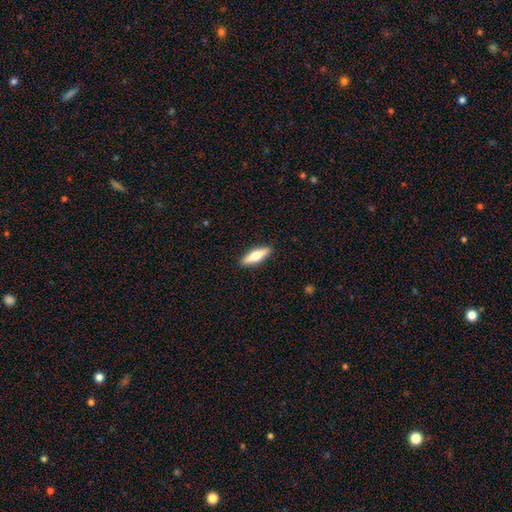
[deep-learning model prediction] Smooth or featured: smooth — 54% (featured or disk — 40%)
How rounded: cigar-shaped — 61% (in between — 37%)
Merging: none — 91% (minor disturbance — 7%)